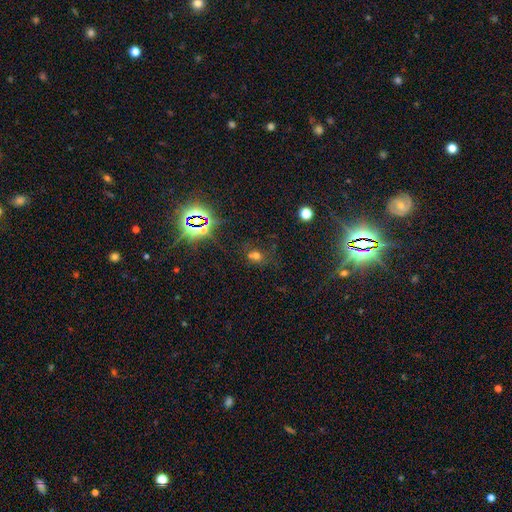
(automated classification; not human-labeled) Q: Smooth or featured?
A: smooth (52%); runner-up: star or artifact (36%)
Q: How rounded?
A: round (69%); runner-up: in between (30%)
Q: Merging?
A: none (50%); runner-up: merger (31%)